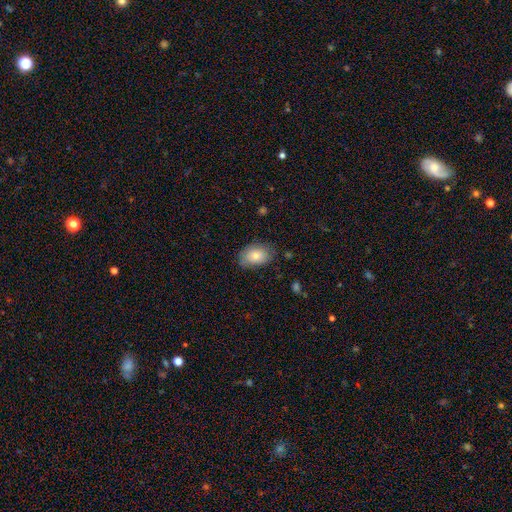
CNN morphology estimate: Smooth or featured? smooth (78%)
How rounded? in between (86%)
Merging? none (73%)